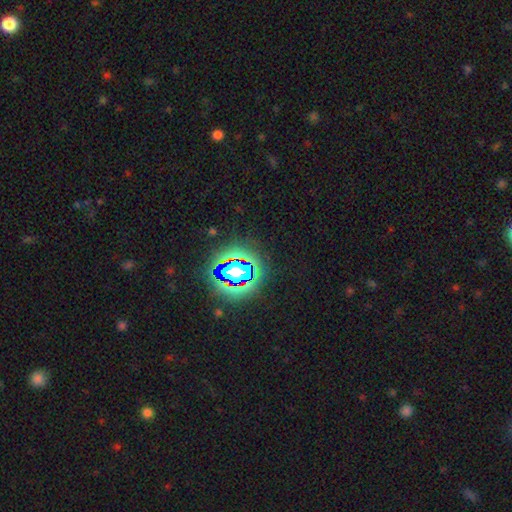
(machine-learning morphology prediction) type=star or artifact (83%).